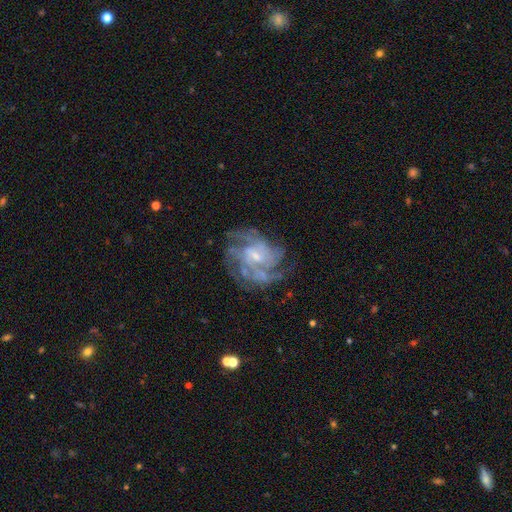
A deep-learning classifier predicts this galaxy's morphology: Smooth or featured?
  - featured or disk: 84% *
  - smooth: 9%
  - star or artifact: 8%
Edge-on disk?
  - no: 98% *
  - yes: 2%
Bar?
  - no: 48% *
  - weak: 44%
  - strong: 8%
Spiral arms?
  - yes: 89% *
  - no: 11%
Spiral winding?
  - tight: 43% *
  - medium: 42%
  - loose: 15%
Spiral arm count?
  - can't tell: 33% *
  - 4: 27%
  - 3: 16%
  - 2: 9%
  - more than 4: 9%
  - 1: 6%
Bulge size?
  - small: 60% *
  - moderate: 29%
  - none: 8%
  - large: 2%
  - dominant: 1%
Merging?
  - none: 60% *
  - minor disturbance: 19%
  - major disturbance: 18%
  - merger: 2%